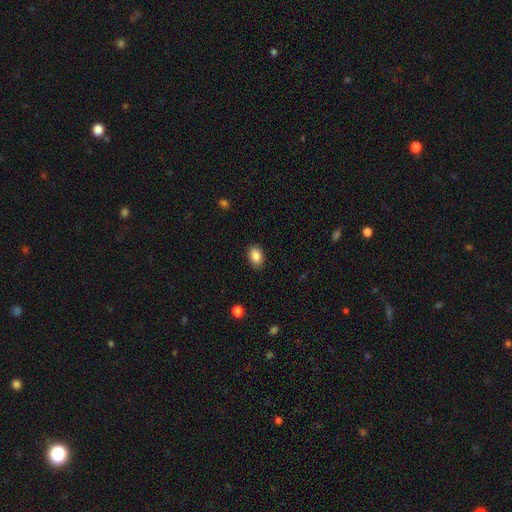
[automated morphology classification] This appears to be a smooth galaxy with no disk features (87%) that is in between round and cigar-shaped (85%). Merging: none (87%).